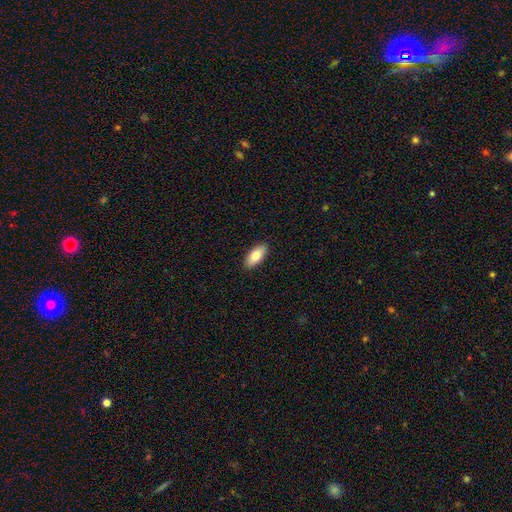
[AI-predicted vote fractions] Morphology: type=smooth (78%); roundness=in between (86%); merging=none (90%).